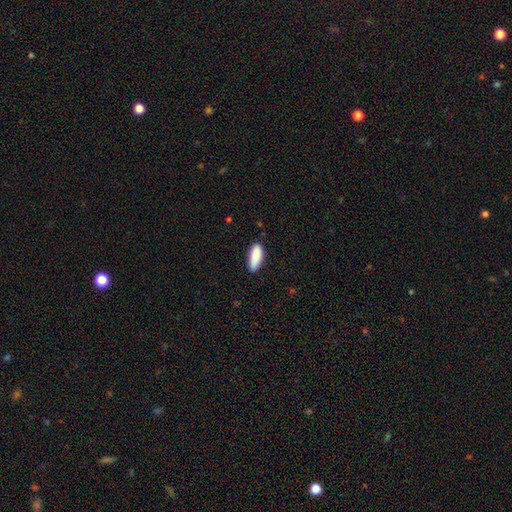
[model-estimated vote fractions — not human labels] Q: Smooth or featured?
A: smooth (88%); runner-up: star or artifact (6%)
Q: How rounded?
A: in between (75%); runner-up: cigar-shaped (23%)
Q: Merging?
A: none (82%); runner-up: minor disturbance (14%)